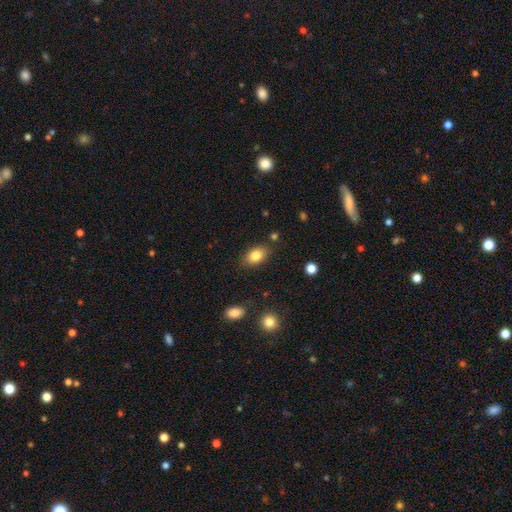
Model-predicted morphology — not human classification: A smooth galaxy with no disk features (83%) that is in between round and cigar-shaped (85%). Merging: none (82%).